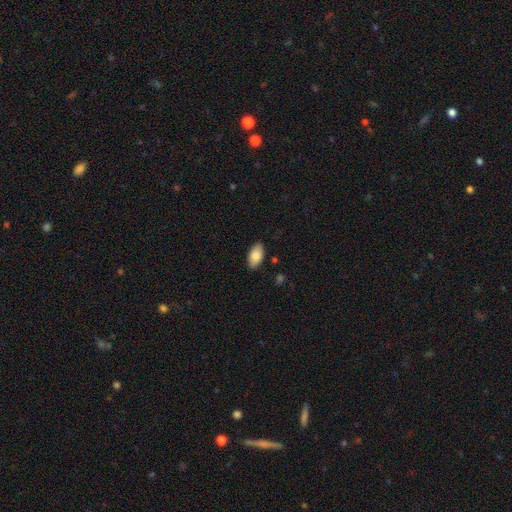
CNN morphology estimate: Smooth or featured: smooth — 86% (featured or disk — 8%)
How rounded: in between — 95% (round — 3%)
Merging: none — 87% (minor disturbance — 9%)